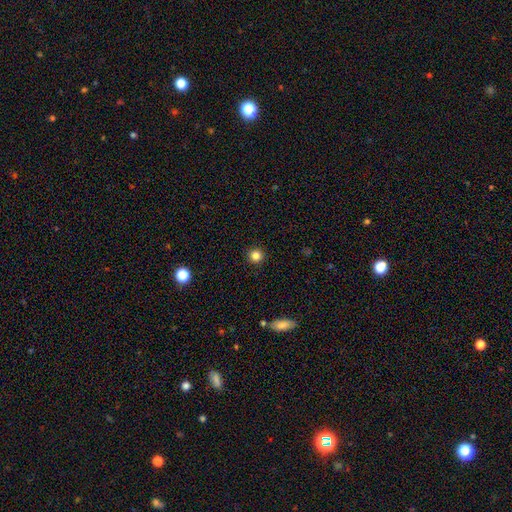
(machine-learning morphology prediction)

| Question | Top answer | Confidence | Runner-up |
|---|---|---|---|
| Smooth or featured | smooth | 83% | star or artifact (12%) |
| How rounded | round | 95% | in between (4%) |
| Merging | none | 92% | minor disturbance (5%) |